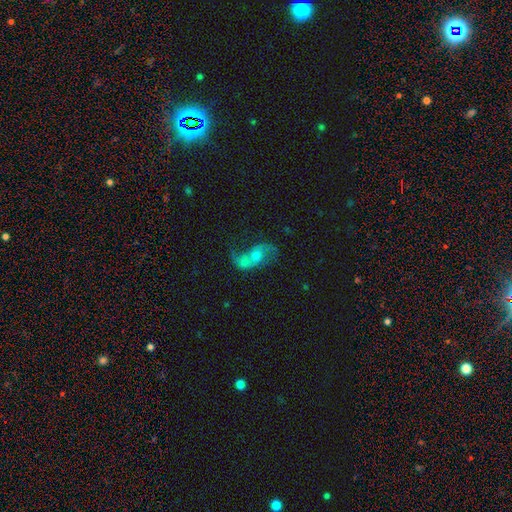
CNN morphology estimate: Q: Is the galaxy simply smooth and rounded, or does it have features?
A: featured or disk — 63%.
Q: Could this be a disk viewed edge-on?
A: no — 95%.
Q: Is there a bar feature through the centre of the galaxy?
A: no — 68%.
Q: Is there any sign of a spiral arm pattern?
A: yes — 75%.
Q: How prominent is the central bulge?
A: moderate — 54%.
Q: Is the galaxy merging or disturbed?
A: merger — 49%.